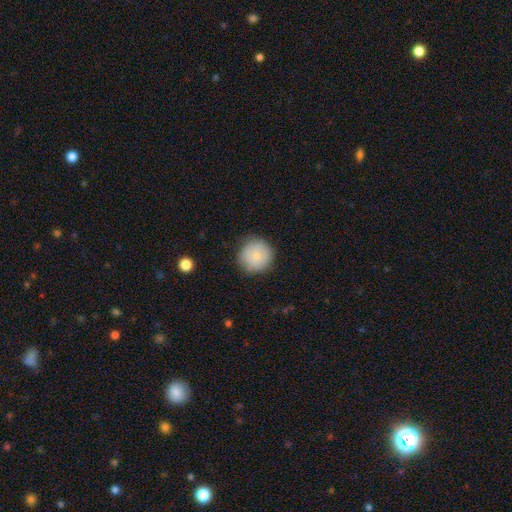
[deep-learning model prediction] This is likely a smooth galaxy (78%). How rounded: clearly round (95%). Merging: clearly none (84%).